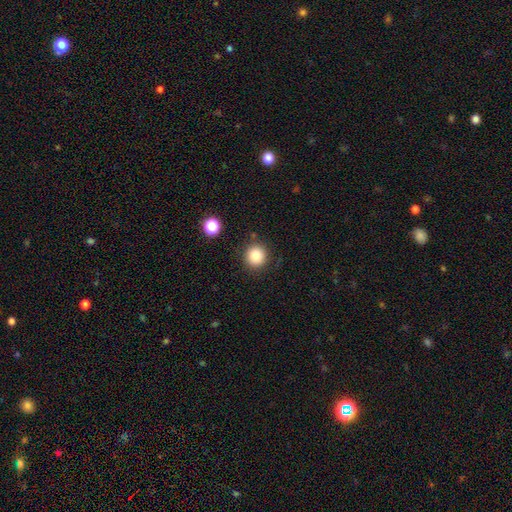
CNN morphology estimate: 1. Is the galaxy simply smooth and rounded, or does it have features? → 84% smooth, 11% star or artifact, 5% featured or disk.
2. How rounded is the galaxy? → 92% round, 7% in between, 1% cigar-shaped.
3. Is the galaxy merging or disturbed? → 87% none, 8% minor disturbance, 3% major disturbance, 2% merger.